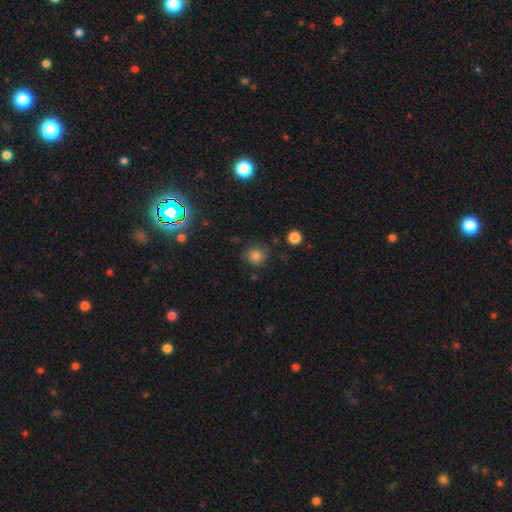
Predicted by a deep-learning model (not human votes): smooth 79%, star or artifact 14%, featured or disk 6%. Down the decision tree: how rounded — round (84%); merging — none (76%).